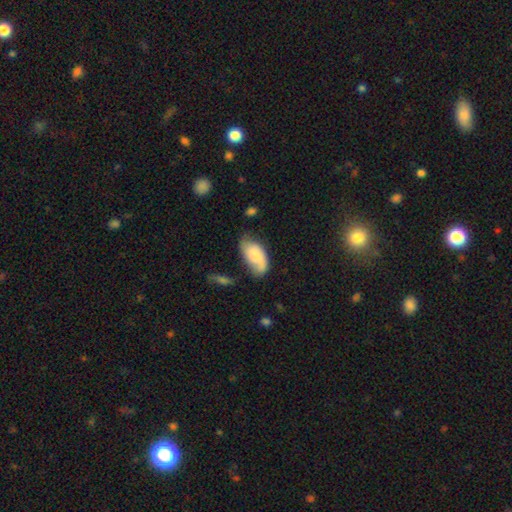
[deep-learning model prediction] This is likely a smooth galaxy (65%). How rounded: clearly in between (93%). Merging: possibly none (49%).